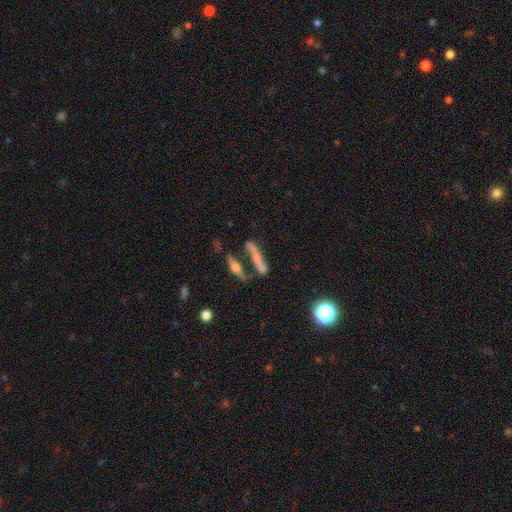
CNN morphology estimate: This is possibly a featured or disk galaxy (47%). Merging: marginally none (44%).